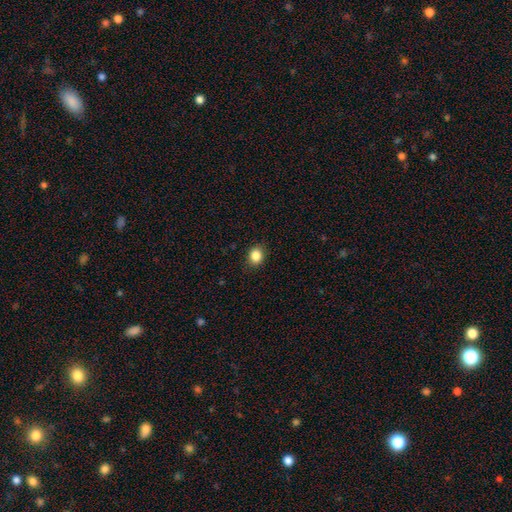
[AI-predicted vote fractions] The model was most divided on "how rounded": round: 66%, in between: 33%, cigar-shaped: 1%. More confident: merging — none (88%); smooth or featured — smooth (86%).